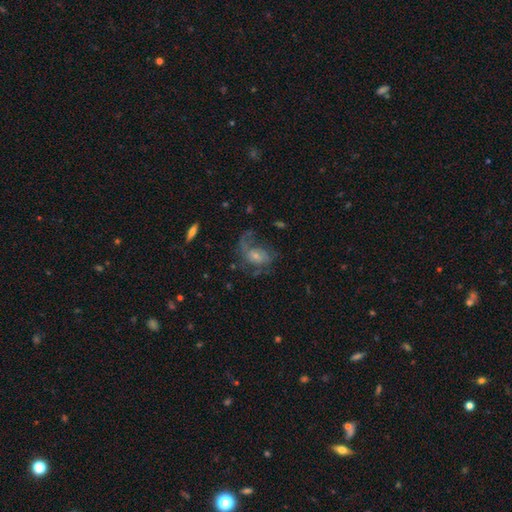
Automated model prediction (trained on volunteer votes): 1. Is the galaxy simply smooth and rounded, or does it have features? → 65% featured or disk, 21% smooth, 14% star or artifact.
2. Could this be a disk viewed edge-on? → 96% no, 4% yes.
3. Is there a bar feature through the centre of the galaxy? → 68% no, 27% weak, 5% strong.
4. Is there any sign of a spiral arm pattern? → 81% yes, 19% no.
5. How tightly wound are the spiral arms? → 45% loose, 38% medium, 17% tight.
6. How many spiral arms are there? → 47% 1, 30% 2, 16% can't tell, 4% 3, 2% 4, 2% more than 4.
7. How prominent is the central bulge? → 57% small, 31% moderate, 6% none, 4% large, 2% dominant.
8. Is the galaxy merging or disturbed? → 46% none, 33% major disturbance, 19% minor disturbance, 3% merger.